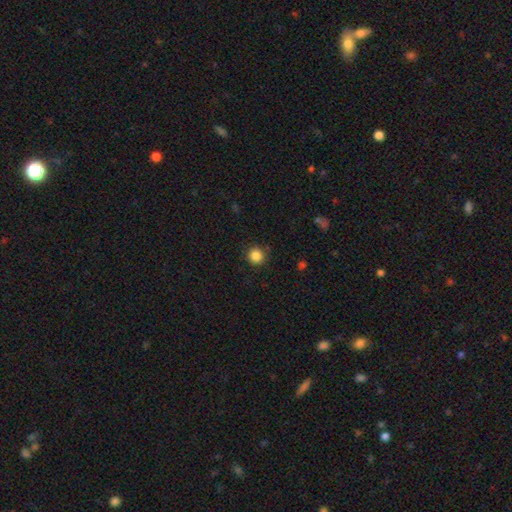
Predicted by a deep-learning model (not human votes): This is clearly a smooth galaxy (86%). How rounded: clearly round (93%). Merging: clearly none (87%).